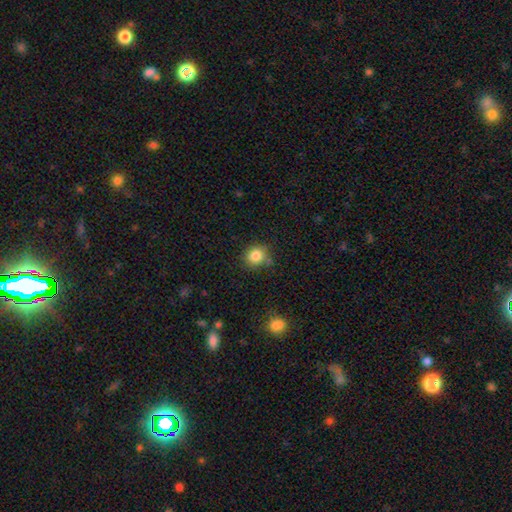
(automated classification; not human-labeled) A smooth galaxy with no disk features (84%) that is round (78%).

Vote fractions:
- Smooth or featured? smooth: 84% / star or artifact: 10% / featured or disk: 6%
- How rounded? round: 78% / in between: 21% / cigar-shaped: 1%
- Merging? none: 76% / minor disturbance: 15% / merger: 5% / major disturbance: 4%